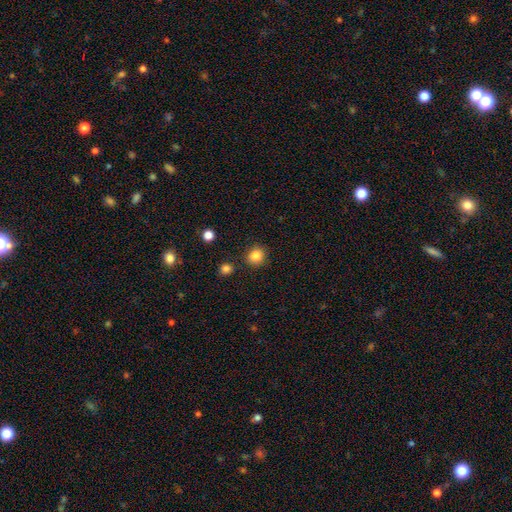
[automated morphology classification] A smooth galaxy with no disk features (85%) that is round (84%).

Vote fractions:
- Smooth or featured? smooth: 85% / star or artifact: 10% / featured or disk: 4%
- How rounded? round: 84% / in between: 15% / cigar-shaped: 1%
- Merging? none: 86% / minor disturbance: 8% / merger: 4% / major disturbance: 3%